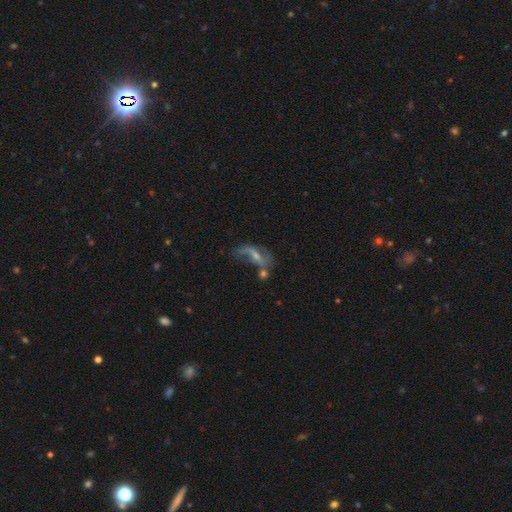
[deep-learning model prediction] This is likely a featured or disk galaxy (70%). It is clearly not viewed edge-on (90%). Bar: marginally weak (42%). Spiral arm pattern: likely yes (79%). Central bulge: possibly small (52%). Merging: marginally none (38%).